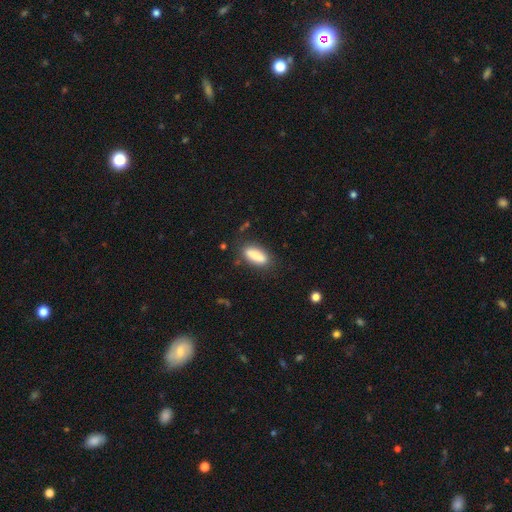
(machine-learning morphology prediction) This appears to be a smooth galaxy with no disk features (84%) that is in between round and cigar-shaped (58%). Merging: none (82%).